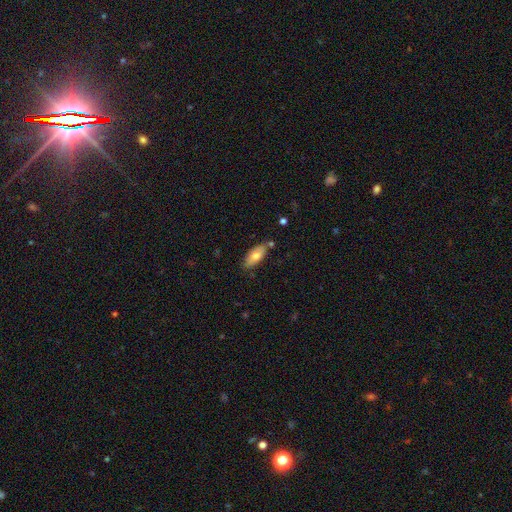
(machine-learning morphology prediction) type=smooth (73%); roundness=in between (83%); merging=none (77%).